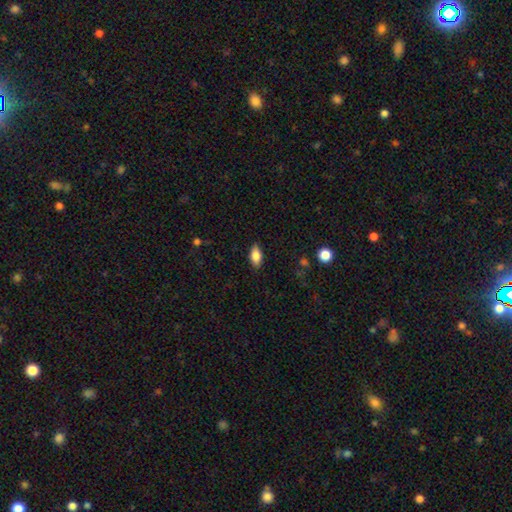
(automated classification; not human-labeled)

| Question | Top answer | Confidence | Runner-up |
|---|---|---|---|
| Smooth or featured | smooth | 84% | featured or disk (9%) |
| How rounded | in between | 90% | cigar-shaped (7%) |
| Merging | none | 87% | minor disturbance (10%) |